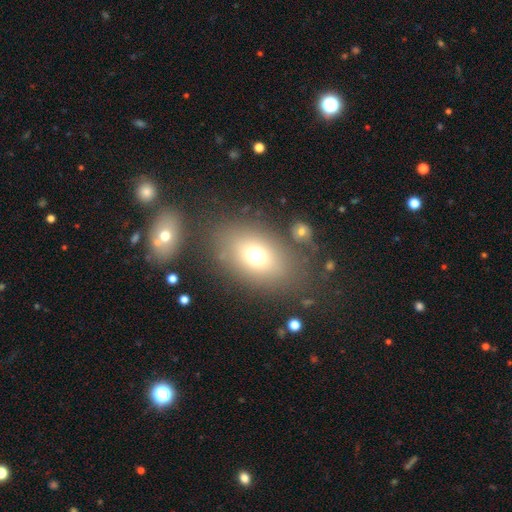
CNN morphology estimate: smooth-or-featured: smooth: 69% | star or artifact: 16% | featured or disk: 15%
  how-rounded: in between: 71% | round: 27% | cigar-shaped: 2%
  merging: none: 73% | minor disturbance: 12% | major disturbance: 8% | merger: 7%